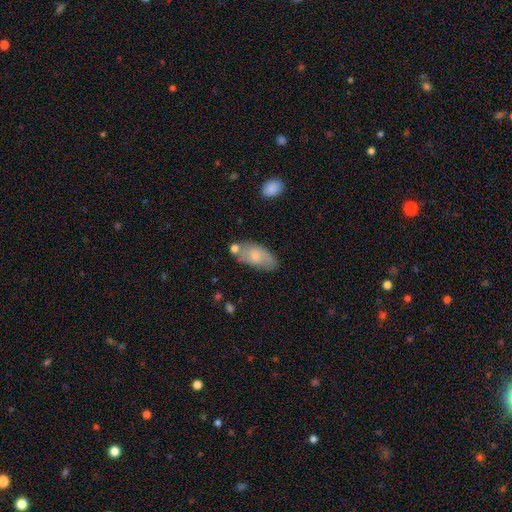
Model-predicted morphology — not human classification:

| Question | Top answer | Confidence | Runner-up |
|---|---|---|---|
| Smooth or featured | smooth | 64% | featured or disk (29%) |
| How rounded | in between | 91% | cigar-shaped (6%) |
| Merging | none | 57% | minor disturbance (25%) |